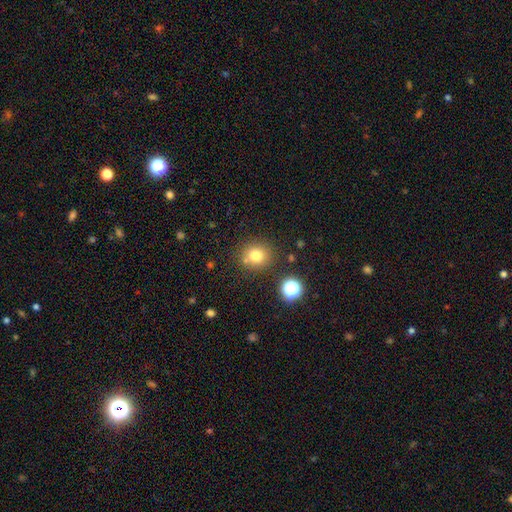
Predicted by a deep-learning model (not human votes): Q: Smooth or featured?
A: smooth (76%); runner-up: star or artifact (15%)
Q: How rounded?
A: round (85%); runner-up: in between (14%)
Q: Merging?
A: none (80%); runner-up: minor disturbance (10%)